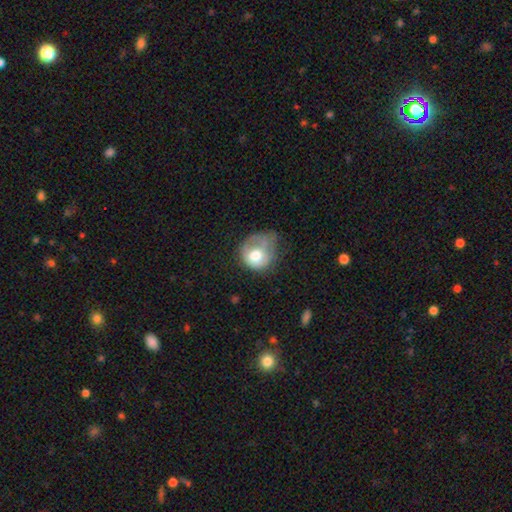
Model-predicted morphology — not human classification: smooth_or_featured: smooth (p=0.61) [alt: featured or disk p=0.32]
how_rounded: round (p=0.70) [alt: in between p=0.29]
merging: major disturbance (p=0.38) [alt: minor disturbance p=0.33]